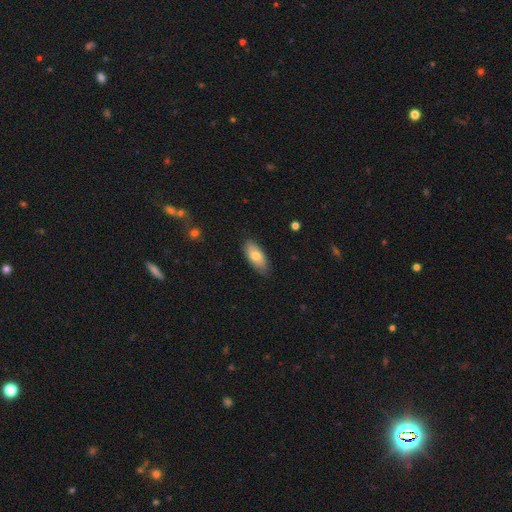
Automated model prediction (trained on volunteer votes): A smooth galaxy with no disk features (72%) that is in between round and cigar-shaped (89%). Merging: none (83%).